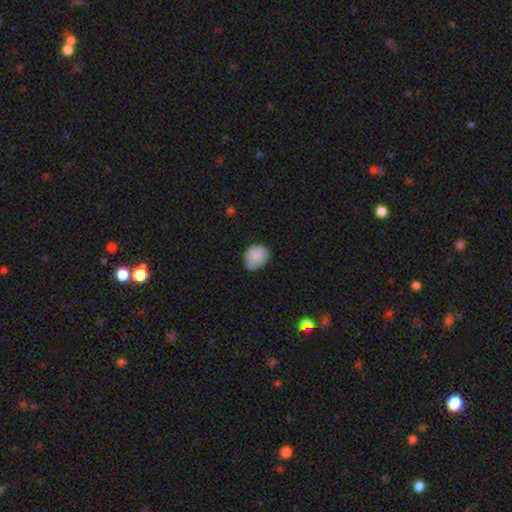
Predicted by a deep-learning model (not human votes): smooth-or-featured: smooth: 87% | star or artifact: 8% | featured or disk: 5%
  how-rounded: round: 59% | in between: 40% | cigar-shaped: 1%
  merging: none: 71% | minor disturbance: 25% | major disturbance: 4% | merger: 1%